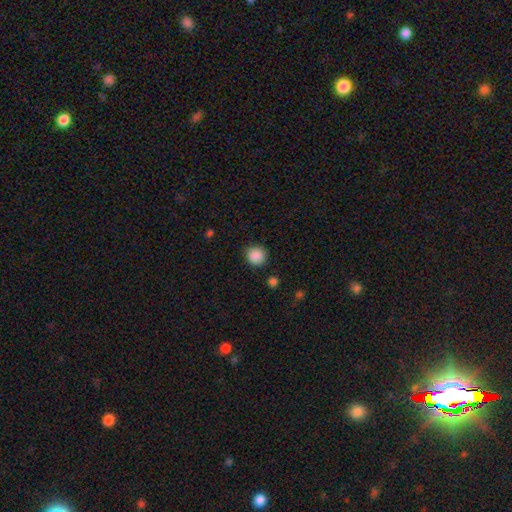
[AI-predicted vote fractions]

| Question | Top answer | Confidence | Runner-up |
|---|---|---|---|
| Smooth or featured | smooth | 88% | star or artifact (9%) |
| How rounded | round | 93% | in between (7%) |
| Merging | none | 87% | minor disturbance (9%) |